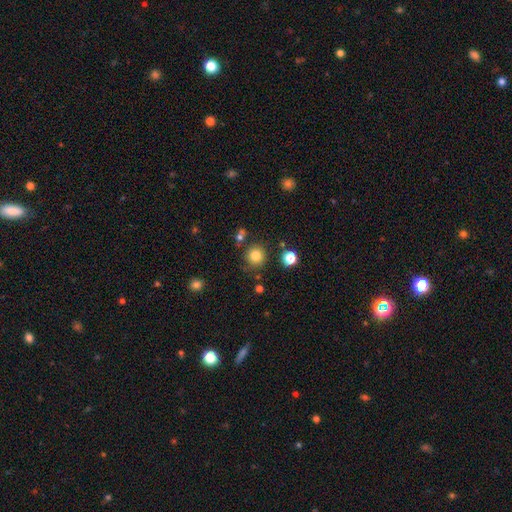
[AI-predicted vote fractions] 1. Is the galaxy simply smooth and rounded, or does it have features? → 81% smooth, 13% star or artifact, 6% featured or disk.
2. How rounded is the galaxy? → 92% round, 7% in between, 1% cigar-shaped.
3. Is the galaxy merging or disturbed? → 83% none, 9% minor disturbance, 5% merger, 3% major disturbance.